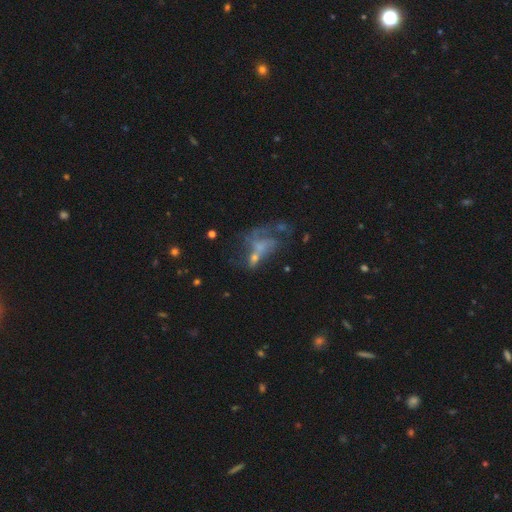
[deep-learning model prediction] Smooth or featured: featured or disk — 56% (smooth — 23%)
Edge-on disk: no — 95% (yes — 5%)
Bar: no — 79% (weak — 16%)
Spiral arms: no — 64% (yes — 36%)
Bulge size: none — 49% (small — 32%)
Merging: major disturbance — 34% (none — 26%)